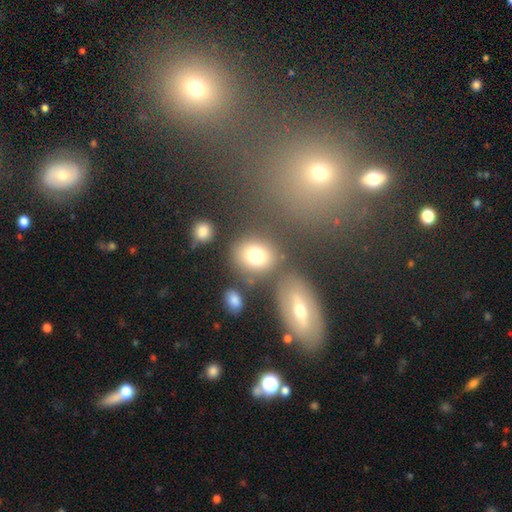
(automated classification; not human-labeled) Morphology: type=smooth (76%); roundness=round (56%); merging=none (67%).